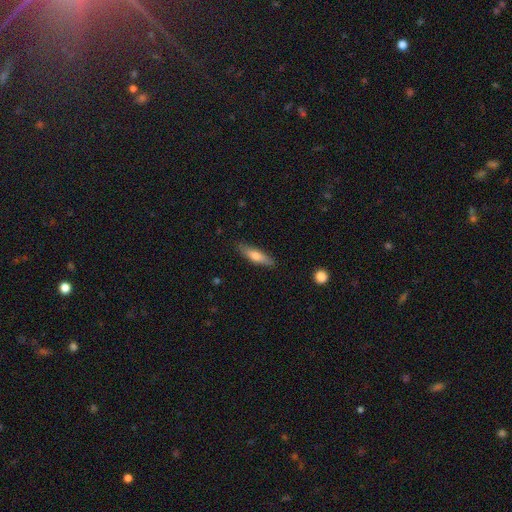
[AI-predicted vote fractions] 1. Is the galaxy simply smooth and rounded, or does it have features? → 69% smooth, 25% featured or disk, 6% star or artifact.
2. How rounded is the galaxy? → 68% cigar-shaped, 30% in between, 2% round.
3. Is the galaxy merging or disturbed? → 85% none, 11% minor disturbance, 2% major disturbance, 1% merger.